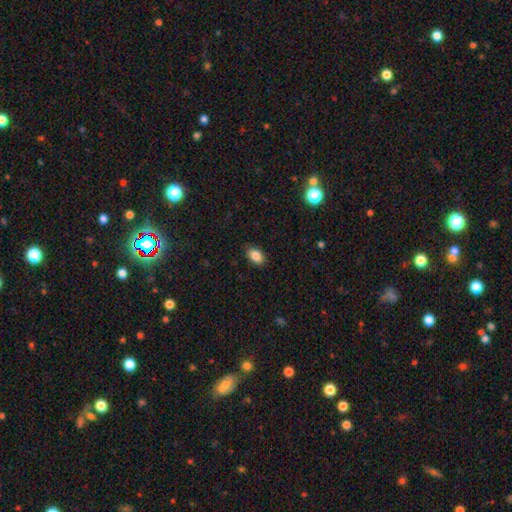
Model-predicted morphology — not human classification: smooth_or_featured: smooth (p=0.86) [alt: star or artifact p=0.08]
how_rounded: in between (p=0.87) [alt: round p=0.11]
merging: none (p=0.87) [alt: minor disturbance p=0.10]